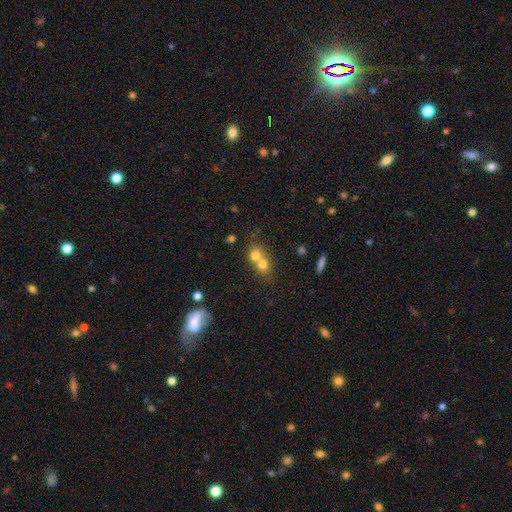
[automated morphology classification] A smooth galaxy with no disk features (72%) that is round (73%).

Vote fractions:
- Smooth or featured? smooth: 72% / featured or disk: 16% / star or artifact: 12%
- How rounded? round: 73% / in between: 26% / cigar-shaped: 2%
- Merging? merger: 68% / none: 25% / minor disturbance: 4% / major disturbance: 2%